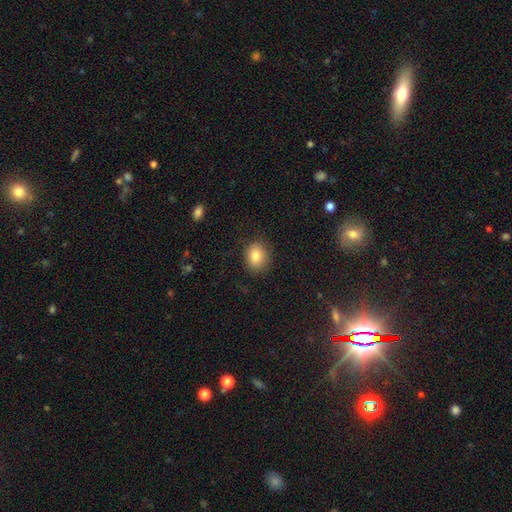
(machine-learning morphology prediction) A smooth galaxy with no disk features (83%) that is round (54%).

Vote fractions:
- Smooth or featured? smooth: 83% / star or artifact: 9% / featured or disk: 8%
- How rounded? round: 54% / in between: 45% / cigar-shaped: 1%
- Merging? none: 83% / minor disturbance: 13% / major disturbance: 3% / merger: 1%